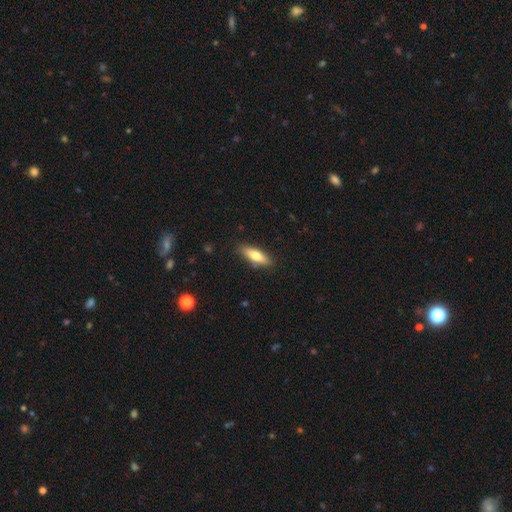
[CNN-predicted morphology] Smooth or featured: smooth — 68% (featured or disk — 26%)
How rounded: cigar-shaped — 49% (in between — 48%)
Merging: none — 85% (minor disturbance — 11%)